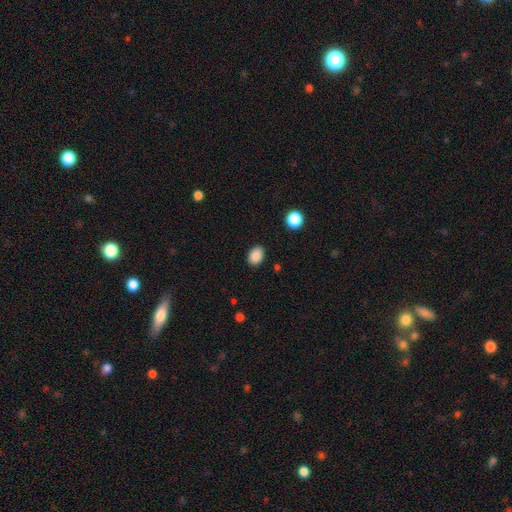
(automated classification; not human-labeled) A smooth galaxy with no disk features (88%) that is in between round and cigar-shaped (77%).

Vote fractions:
- Smooth or featured? smooth: 88% / star or artifact: 9% / featured or disk: 3%
- How rounded? in between: 77% / round: 22% / cigar-shaped: 1%
- Merging? none: 87% / minor disturbance: 9% / major disturbance: 3% / merger: 1%